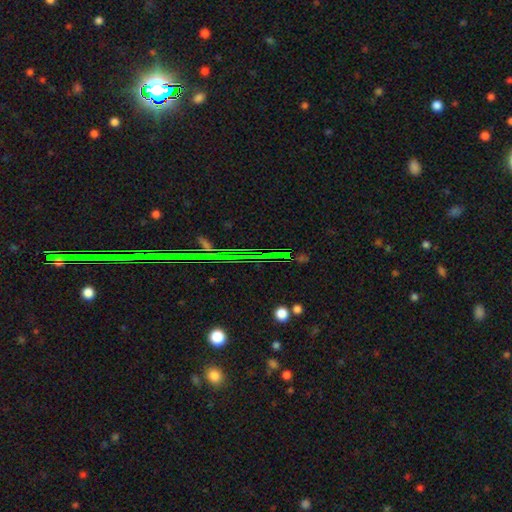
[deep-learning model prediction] A star or artifact, not a galaxy (80%).

Vote fractions:
- Smooth or featured? star or artifact: 80% / featured or disk: 11% / smooth: 10%